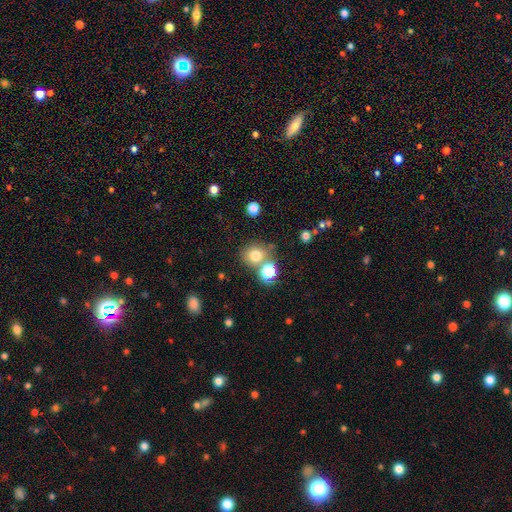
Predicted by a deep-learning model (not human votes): Smooth or featured: smooth — 76% (star or artifact — 15%)
How rounded: round — 78% (in between — 21%)
Merging: none — 60% (merger — 26%)